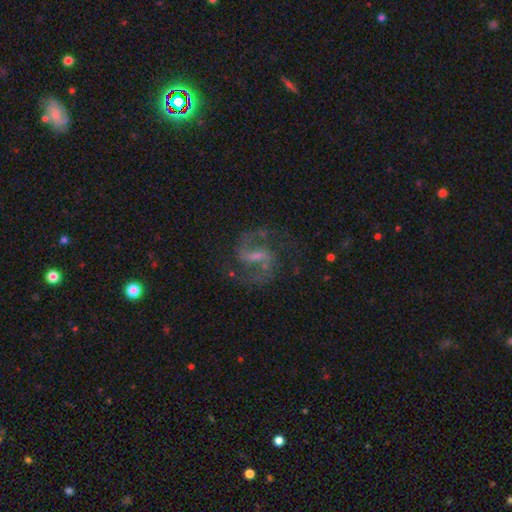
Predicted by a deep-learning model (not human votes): Smooth or featured: featured or disk — 90% (star or artifact — 6%)
Edge-on disk: no — 98% (yes — 2%)
Bar: weak — 50% (strong — 38%)
Spiral arms: yes — 98% (no — 2%)
Spiral winding: medium — 64% (loose — 26%)
Spiral arm count: 2 — 94% (can't tell — 2%)
Bulge size: small — 46% (moderate — 26%)
Merging: none — 77% (minor disturbance — 13%)